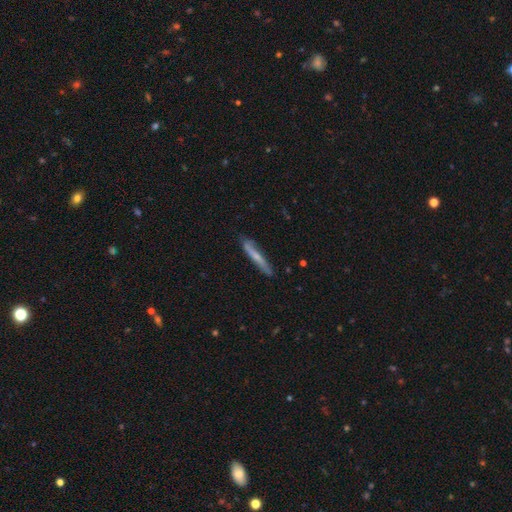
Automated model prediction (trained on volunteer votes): Smooth or featured? Predicted: smooth (p=0.48). Merging? Predicted: none (p=0.75).